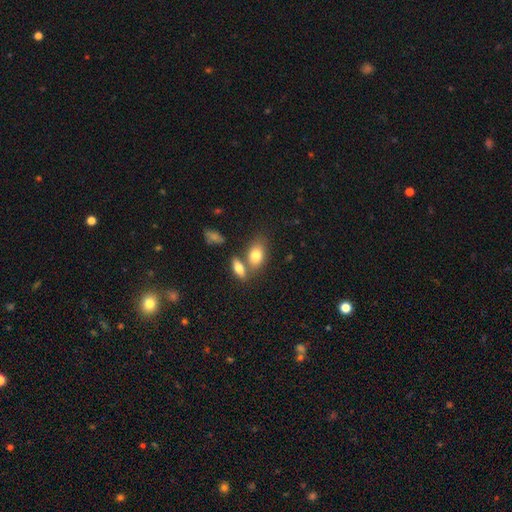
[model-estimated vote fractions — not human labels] Q: Smooth or featured?
A: smooth (78%); runner-up: featured or disk (14%)
Q: How rounded?
A: in between (84%); runner-up: round (12%)
Q: Merging?
A: none (52%); runner-up: merger (33%)